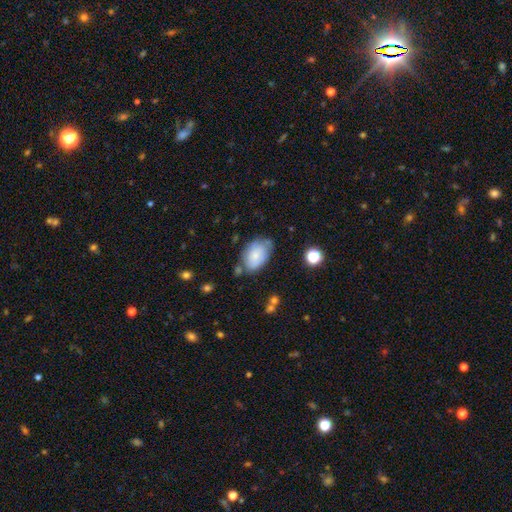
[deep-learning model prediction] The model was most divided on "merging": none: 59%, minor disturbance: 26%, major disturbance: 7%, merger: 7%. More confident: how rounded — in between (88%); smooth or featured — smooth (66%).